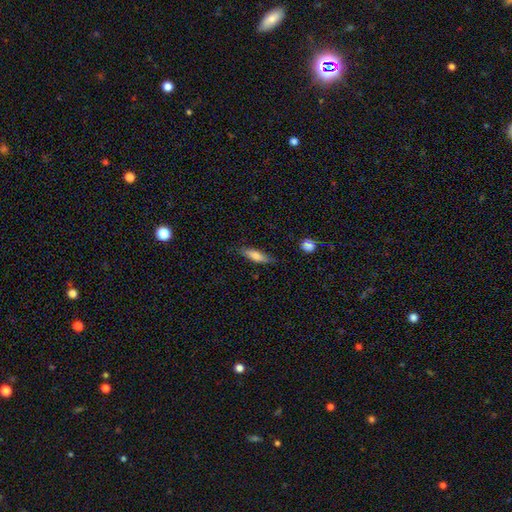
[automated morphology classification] Smooth or featured: smooth — 71% (featured or disk — 22%)
How rounded: cigar-shaped — 62% (in between — 36%)
Merging: none — 80% (minor disturbance — 16%)